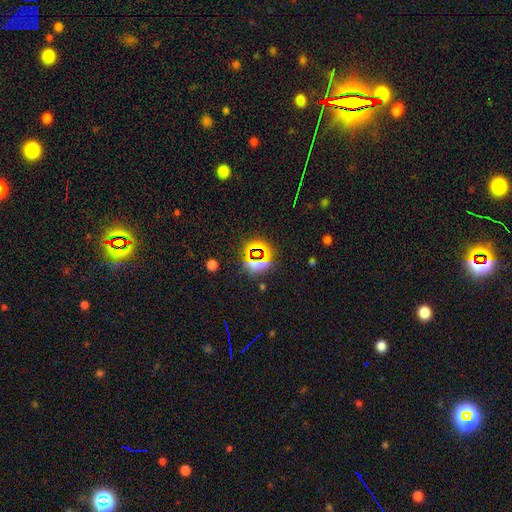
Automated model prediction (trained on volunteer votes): Smooth or featured? Predicted: star or artifact (p=0.66).